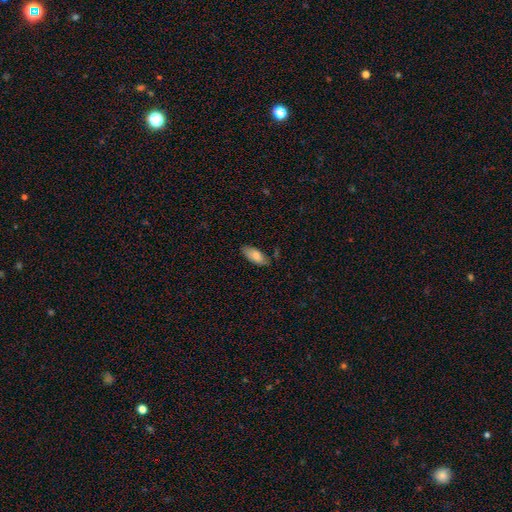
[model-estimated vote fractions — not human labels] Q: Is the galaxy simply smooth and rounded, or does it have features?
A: smooth — 79%.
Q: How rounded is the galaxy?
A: in between — 83%.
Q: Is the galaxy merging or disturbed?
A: none — 73%.